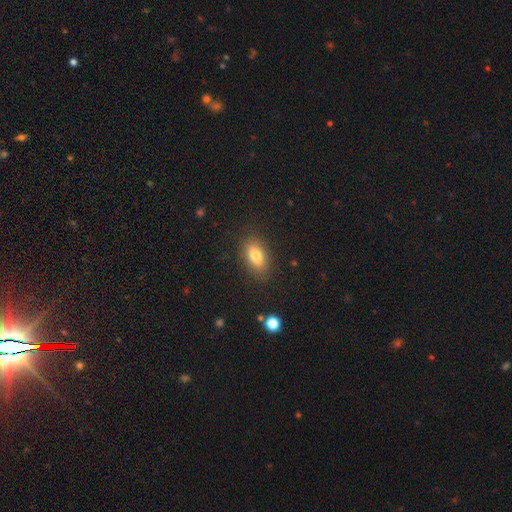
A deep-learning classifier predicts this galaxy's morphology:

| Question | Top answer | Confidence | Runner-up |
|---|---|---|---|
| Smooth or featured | smooth | 79% | featured or disk (12%) |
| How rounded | in between | 86% | cigar-shaped (8%) |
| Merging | none | 85% | minor disturbance (10%) |